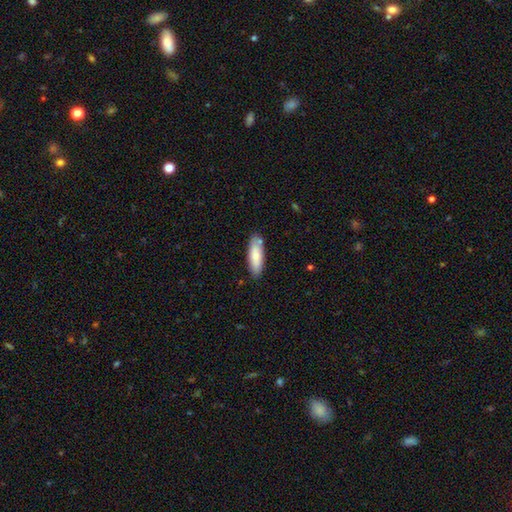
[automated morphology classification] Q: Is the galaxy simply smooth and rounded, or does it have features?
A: smooth — 76%.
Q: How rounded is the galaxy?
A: in between — 61%.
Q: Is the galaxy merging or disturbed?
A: none — 80%.